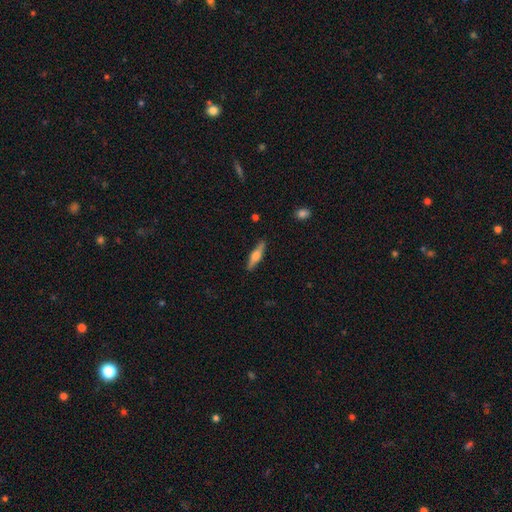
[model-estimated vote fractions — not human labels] Smooth or featured? Predicted: featured or disk (p=0.56). Edge-on disk? Predicted: yes (p=0.96). Edge-on bulge? Predicted: rounded (p=0.89). Merging? Predicted: none (p=0.88).